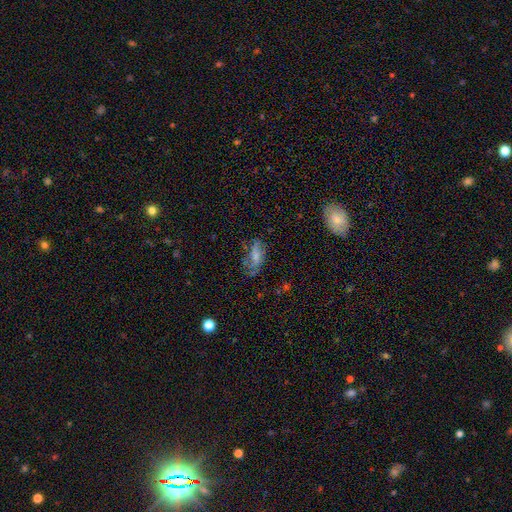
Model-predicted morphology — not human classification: Smooth or featured?
  - smooth: 57% *
  - featured or disk: 32%
  - star or artifact: 12%
How rounded?
  - in between: 85% *
  - cigar-shaped: 10%
  - round: 5%
Merging?
  - none: 52% *
  - minor disturbance: 27%
  - major disturbance: 17%
  - merger: 4%